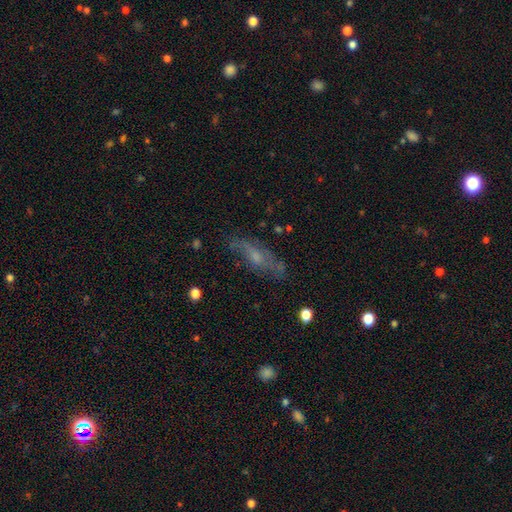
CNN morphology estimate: The model was most divided on "smooth or featured": featured or disk: 57%, smooth: 33%, star or artifact: 10%. More confident: edge-on disk — no (70%); merging — none (61%).